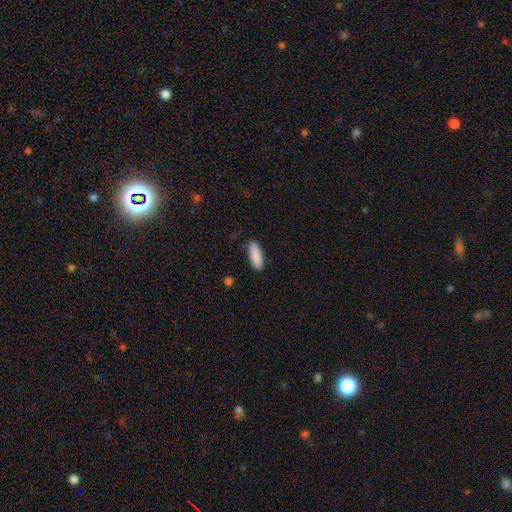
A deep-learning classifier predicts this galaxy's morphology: type=smooth (90%); roundness=in between (60%); merging=none (88%).